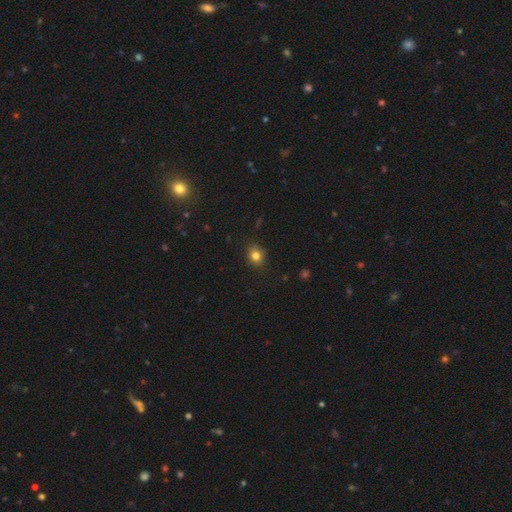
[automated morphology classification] A smooth galaxy with no disk features (81%) that is round (63%).

Vote fractions:
- Smooth or featured? smooth: 81% / star or artifact: 12% / featured or disk: 7%
- How rounded? round: 63% / in between: 36% / cigar-shaped: 1%
- Merging? none: 86% / minor disturbance: 11% / major disturbance: 2% / merger: 1%